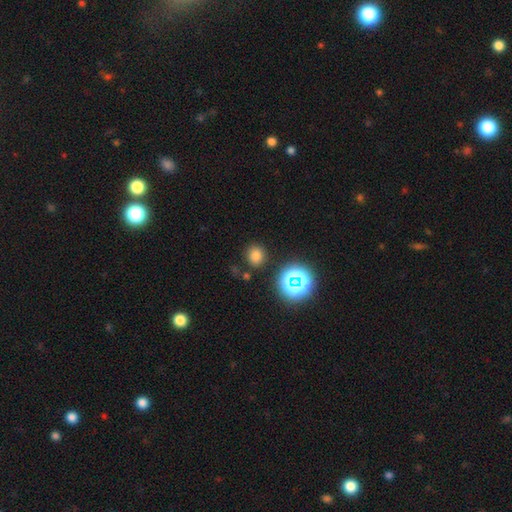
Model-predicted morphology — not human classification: The model was most divided on "smooth or featured": smooth: 73%, star or artifact: 21%, featured or disk: 6%. More confident: merging — none (84%); how rounded — round (77%).